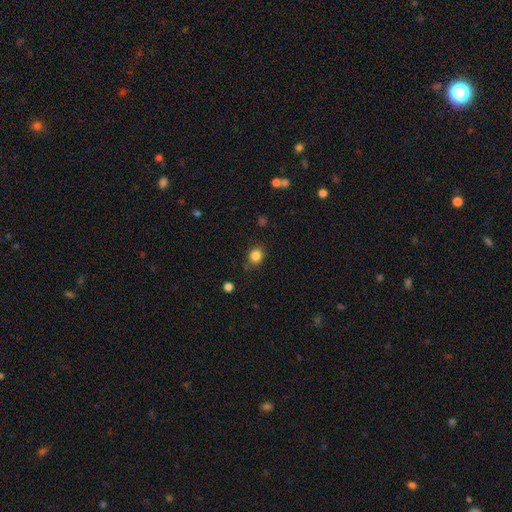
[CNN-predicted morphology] A smooth galaxy with no disk features (84%) that is round (66%).

Vote fractions:
- Smooth or featured? smooth: 84% / star or artifact: 11% / featured or disk: 5%
- How rounded? round: 66% / in between: 33% / cigar-shaped: 1%
- Merging? none: 81% / minor disturbance: 13% / major disturbance: 3% / merger: 2%